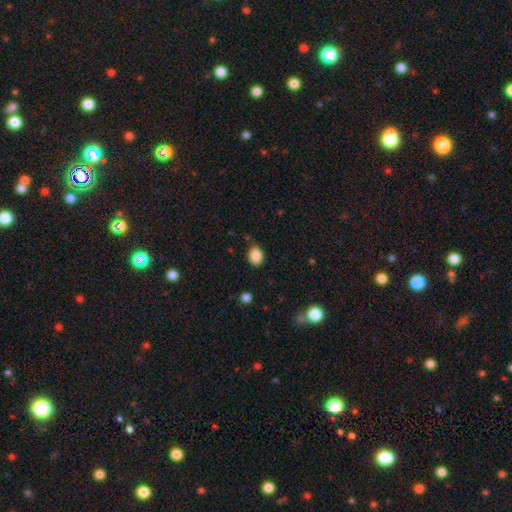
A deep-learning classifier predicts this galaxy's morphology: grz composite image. It shows a smooth galaxy with no disk features (87%) that is in between round and cigar-shaped (68%). Merging: none (80%).